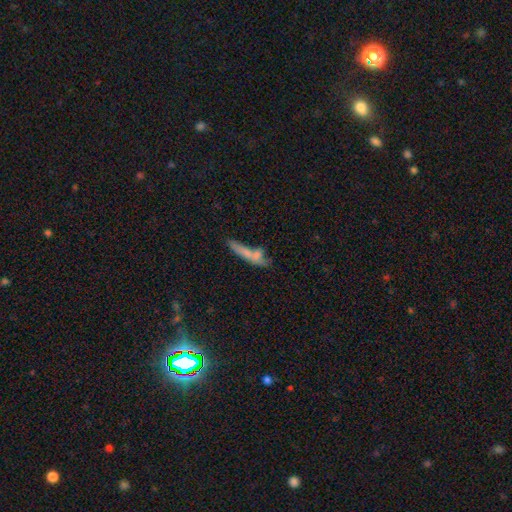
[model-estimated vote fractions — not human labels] smooth_or_featured: smooth (p=0.58) [alt: featured or disk p=0.30]
how_rounded: cigar-shaped (p=0.81) [alt: in between p=0.15]
merging: none (p=0.48) [alt: merger p=0.24]